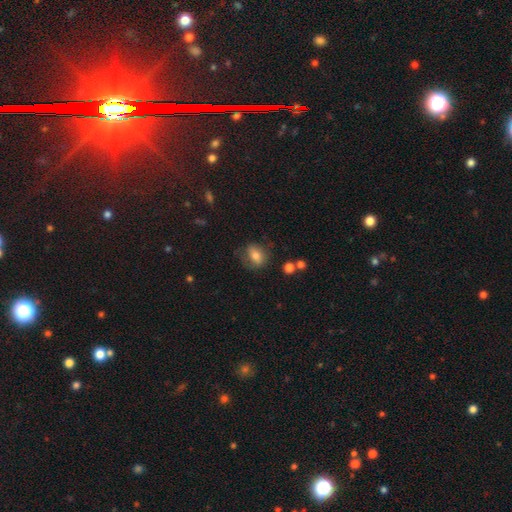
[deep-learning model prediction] smooth-or-featured: smooth: 69% | featured or disk: 22% | star or artifact: 9%
  how-rounded: in between: 64% | round: 34% | cigar-shaped: 2%
  merging: none: 64% | minor disturbance: 22% | major disturbance: 11% | merger: 3%